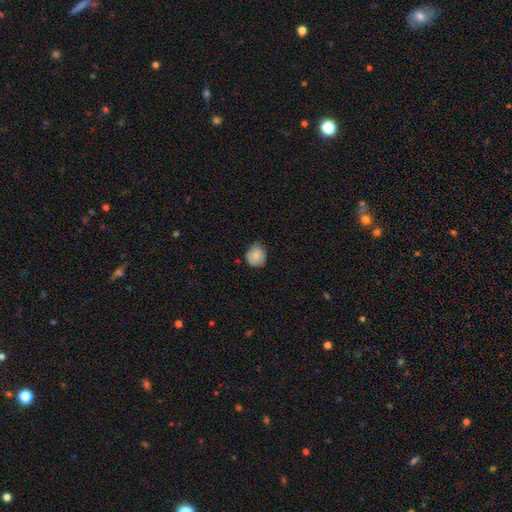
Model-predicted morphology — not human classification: Smooth or featured? smooth (84%)
How rounded? round (80%)
Merging? none (60%)